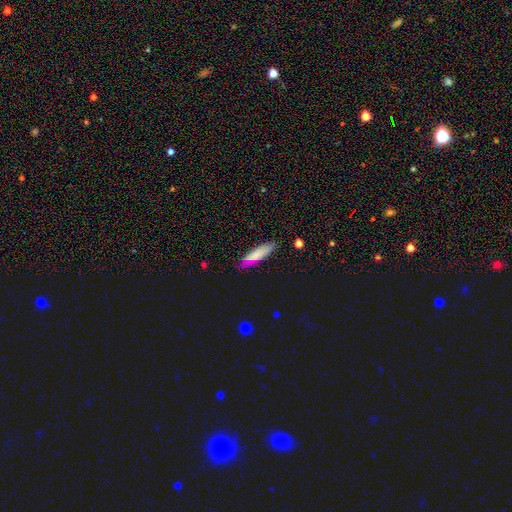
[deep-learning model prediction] smooth-or-featured: smooth: 79% | featured or disk: 14% | star or artifact: 7%
  how-rounded: cigar-shaped: 70% | in between: 29% | round: 2%
  merging: none: 82% | minor disturbance: 14% | major disturbance: 3% | merger: 1%